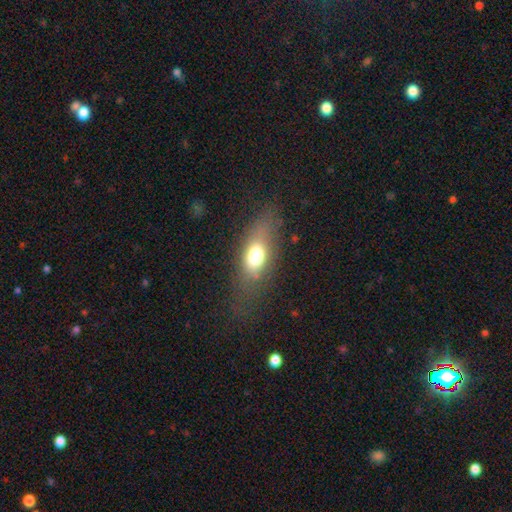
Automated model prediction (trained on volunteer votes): This appears to be a smooth galaxy with no disk features (65%) that is in between round and cigar-shaped (74%). Merging: none (67%).